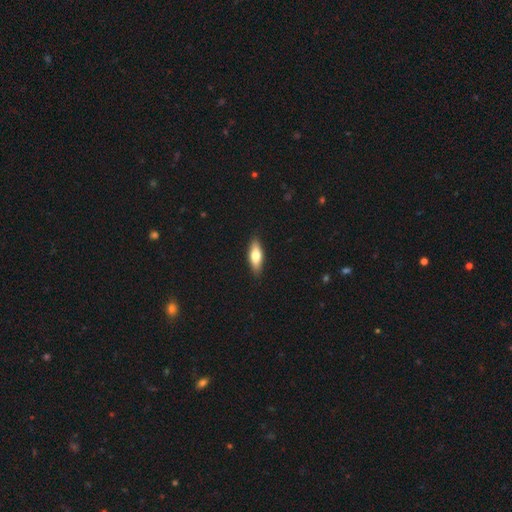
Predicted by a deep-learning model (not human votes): A smooth galaxy with no disk features (66%) that is in between round and cigar-shaped (60%).

Vote fractions:
- Smooth or featured? smooth: 66% / featured or disk: 28% / star or artifact: 6%
- How rounded? in between: 60% / cigar-shaped: 37% / round: 3%
- Merging? none: 89% / minor disturbance: 8% / major disturbance: 2% / merger: 1%